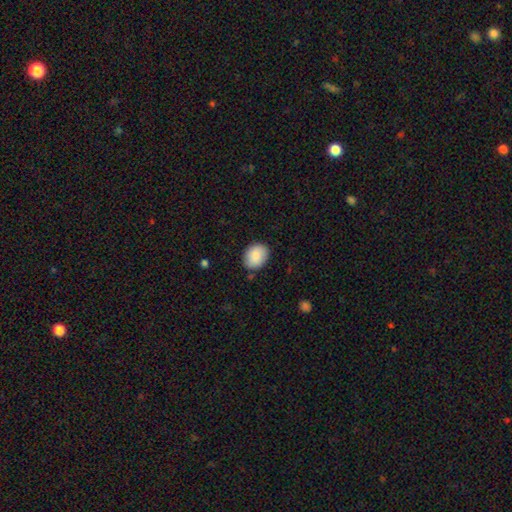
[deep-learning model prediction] This is clearly a smooth galaxy (87%). How rounded: possibly in between (55%). Merging: clearly none (83%).